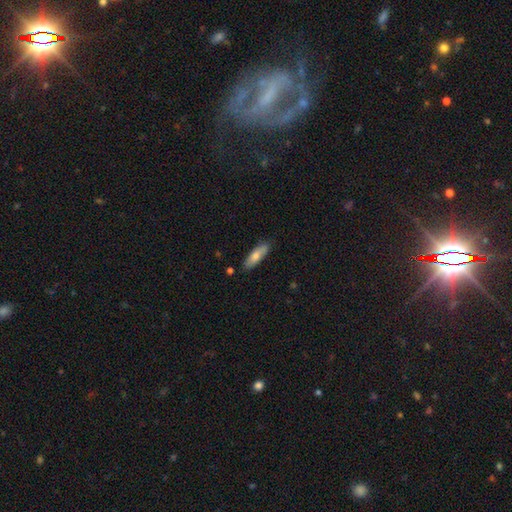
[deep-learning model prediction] Overall: smooth (66%; featured or disk 28%). How rounded: cigar-shaped (62%; in between 36%). Merging: none (83%).